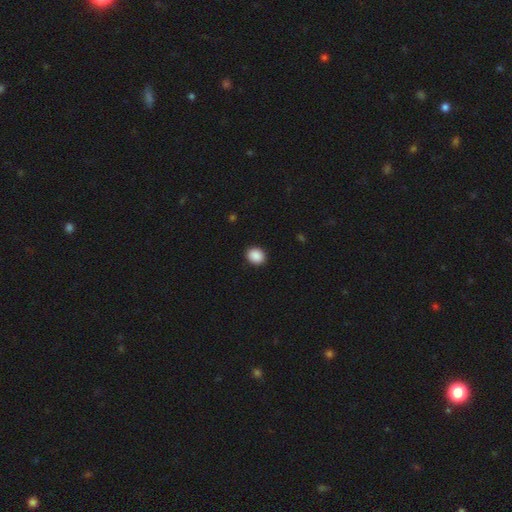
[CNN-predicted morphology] Smooth or featured? smooth (90%)
How rounded? round (67%)
Merging? none (92%)